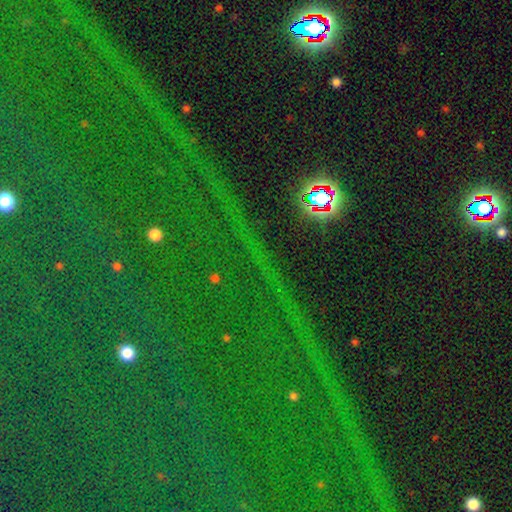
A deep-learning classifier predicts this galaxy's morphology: A star or artifact, not a galaxy (83%).